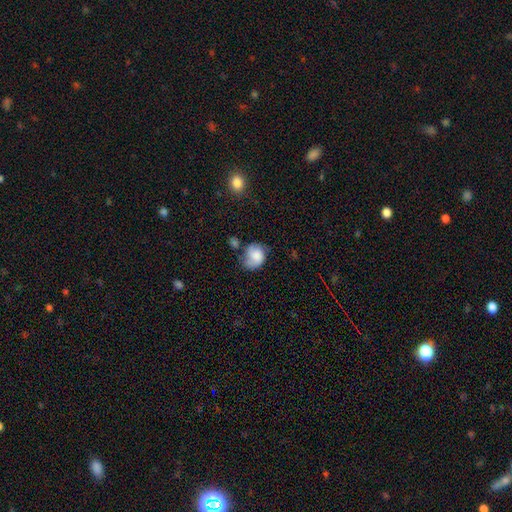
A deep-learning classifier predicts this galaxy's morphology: A smooth galaxy with no disk features (64%) that is round (59%).

Vote fractions:
- Smooth or featured? smooth: 64% / featured or disk: 27% / star or artifact: 9%
- How rounded? round: 59% / in between: 40% / cigar-shaped: 1%
- Merging? none: 40% / minor disturbance: 33% / major disturbance: 18% / merger: 9%